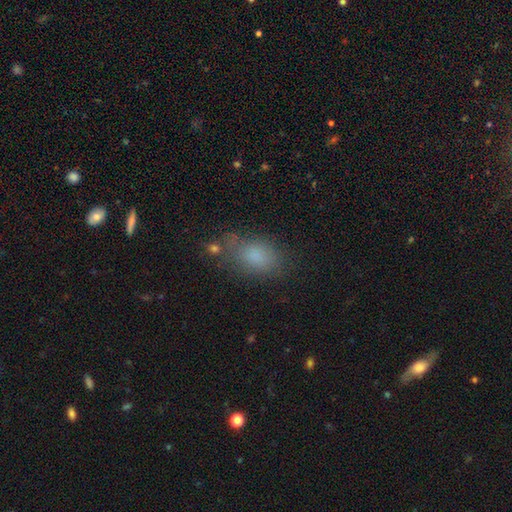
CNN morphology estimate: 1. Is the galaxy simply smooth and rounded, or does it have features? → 80% smooth, 12% star or artifact, 8% featured or disk.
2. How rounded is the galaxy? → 83% in between, 14% round, 3% cigar-shaped.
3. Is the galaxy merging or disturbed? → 67% none, 20% minor disturbance, 8% major disturbance, 5% merger.